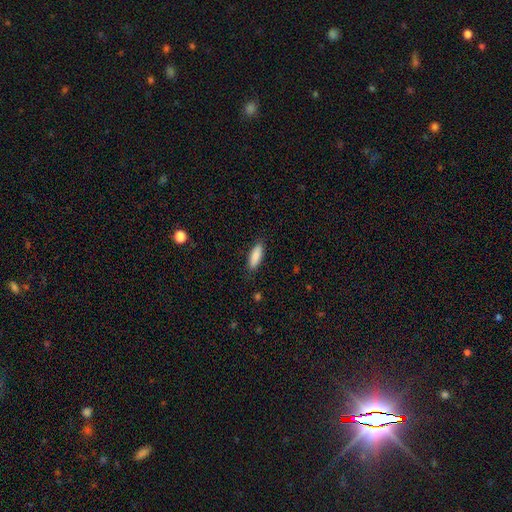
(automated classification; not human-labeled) This appears to be a smooth galaxy with no disk features (88%) that is in between round and cigar-shaped (57%). Merging: none (87%).